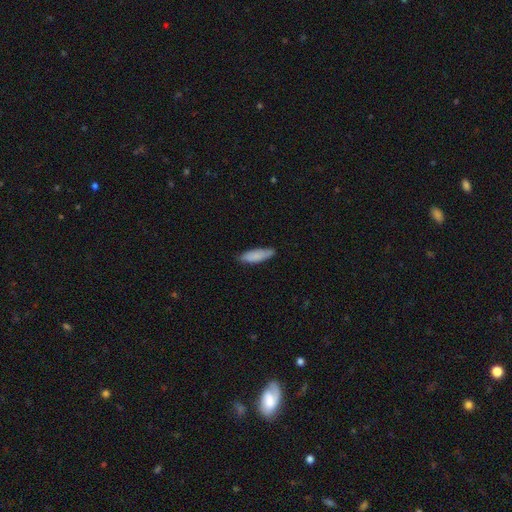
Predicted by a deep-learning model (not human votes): This is clearly a smooth galaxy (85%). How rounded: possibly cigar-shaped (51%). Merging: likely none (78%).